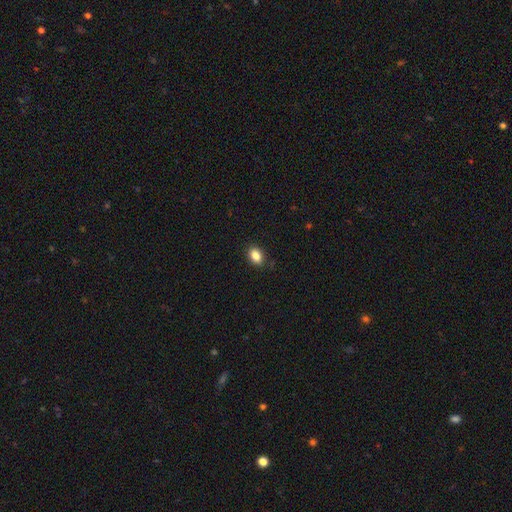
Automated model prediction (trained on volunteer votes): smooth_or_featured: smooth (p=0.86) [alt: star or artifact p=0.09]
how_rounded: in between (p=0.79) [alt: round p=0.20]
merging: none (p=0.88) [alt: minor disturbance p=0.09]